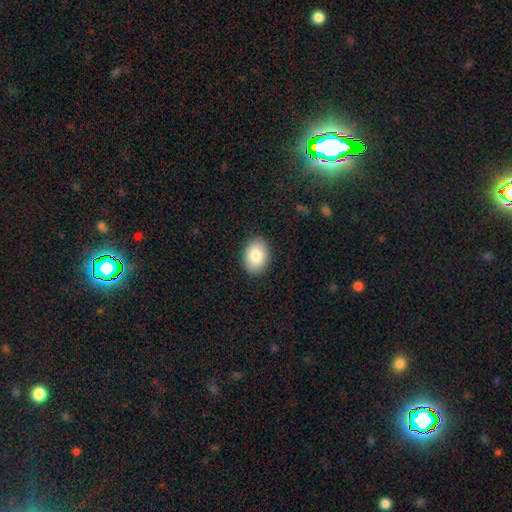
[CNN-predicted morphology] A smooth galaxy with no disk features (84%) that is in between round and cigar-shaped (79%). Merging: none (89%).